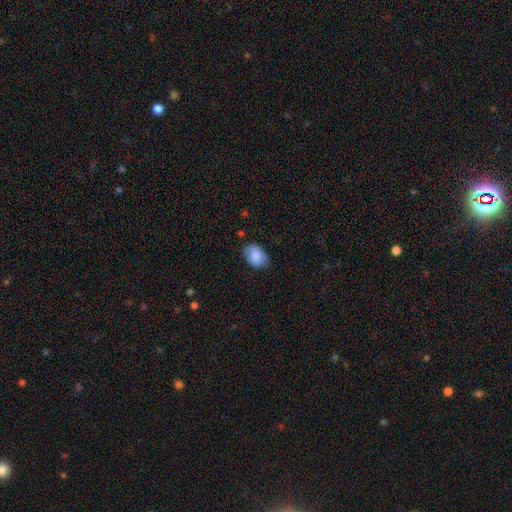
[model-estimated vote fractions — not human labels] This appears to be a smooth galaxy with no disk features (83%) that is in between round and cigar-shaped (77%). Merging: none (73%).